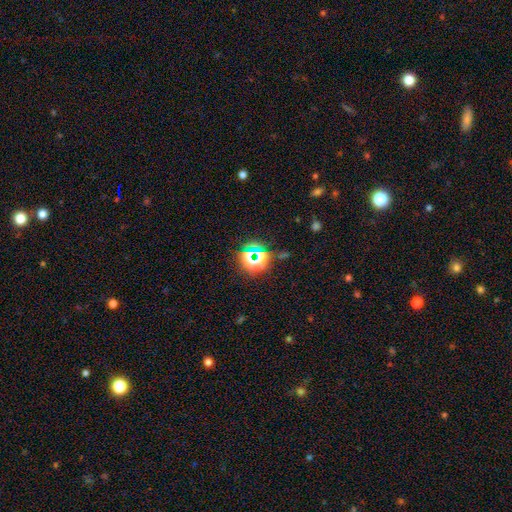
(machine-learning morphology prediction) A star or artifact, not a galaxy (71%).